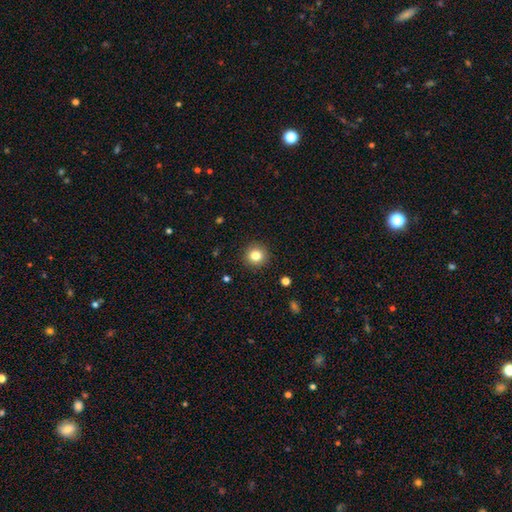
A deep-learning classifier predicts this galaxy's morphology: Smooth or featured?
  - smooth: 82% *
  - star or artifact: 11%
  - featured or disk: 7%
How rounded?
  - round: 94% *
  - in between: 5%
  - cigar-shaped: 1%
Merging?
  - none: 91% *
  - minor disturbance: 6%
  - major disturbance: 2%
  - merger: 1%